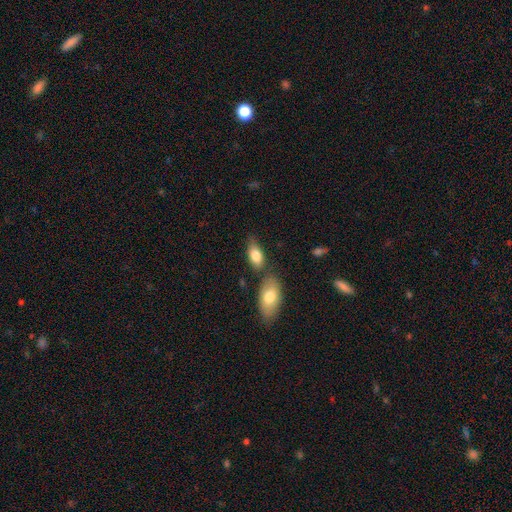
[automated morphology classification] Smooth or featured? smooth (81%)
How rounded? in between (91%)
Merging? none (61%)